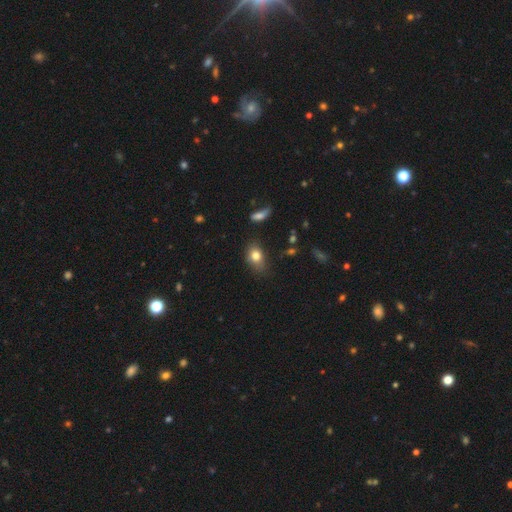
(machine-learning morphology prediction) Q: Smooth or featured?
A: smooth (80%); runner-up: featured or disk (11%)
Q: How rounded?
A: in between (74%); runner-up: round (25%)
Q: Merging?
A: none (64%); runner-up: minor disturbance (26%)